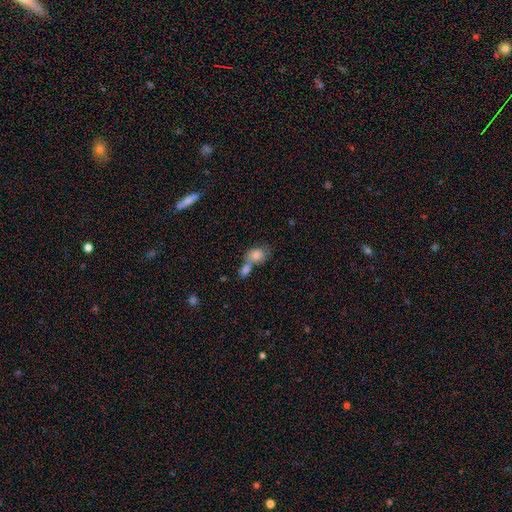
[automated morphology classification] type=smooth (81%); roundness=in between (66%); merging=merger (58%).